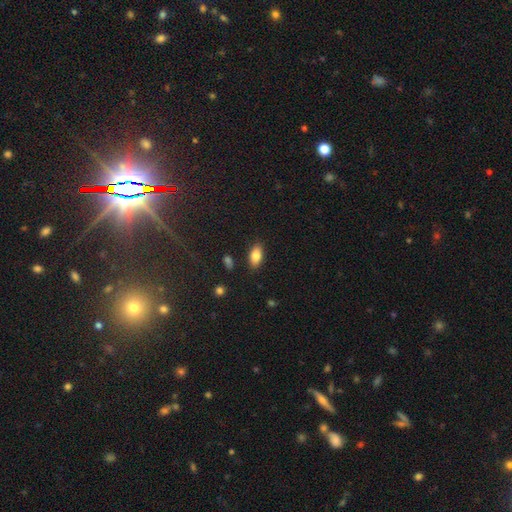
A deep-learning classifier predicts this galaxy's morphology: Smooth or featured? Predicted: smooth (p=0.83). How rounded? Predicted: in between (p=0.89). Merging? Predicted: none (p=0.85).